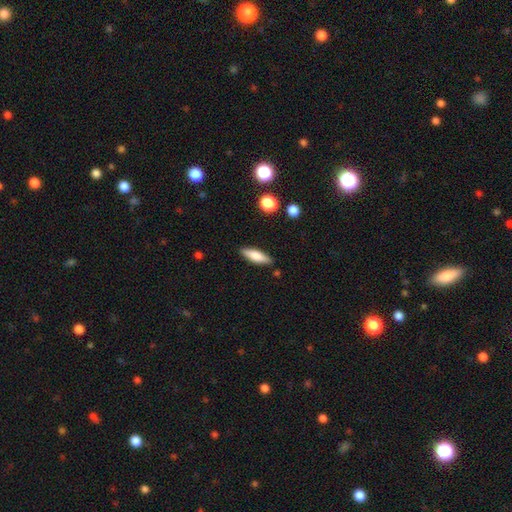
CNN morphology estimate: A smooth galaxy with no disk features (73%) that is cigar-shaped (54%). Merging: none (86%).